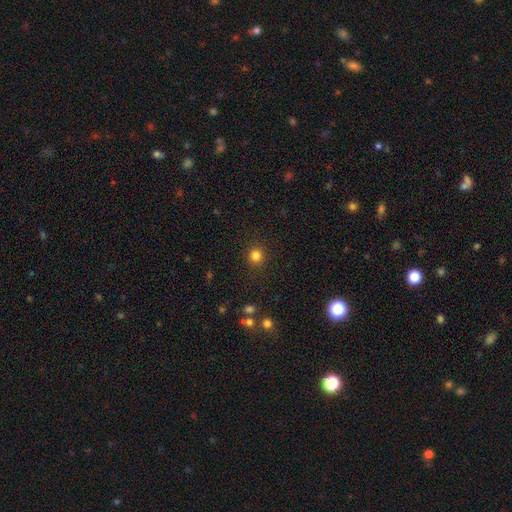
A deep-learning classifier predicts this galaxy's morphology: A smooth galaxy with no disk features (82%) that is round (91%).

Vote fractions:
- Smooth or featured? smooth: 82% / star or artifact: 13% / featured or disk: 4%
- How rounded? round: 91% / in between: 8% / cigar-shaped: 1%
- Merging? none: 90% / minor disturbance: 6% / major disturbance: 3% / merger: 1%